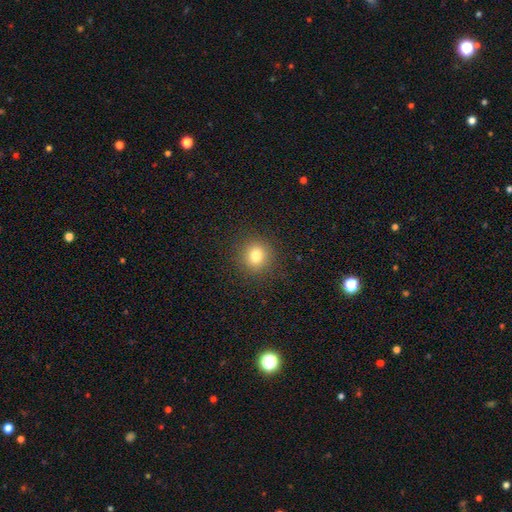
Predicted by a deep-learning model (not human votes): This appears to be a smooth galaxy with no disk features (79%) that is round (90%). Merging: none (90%).